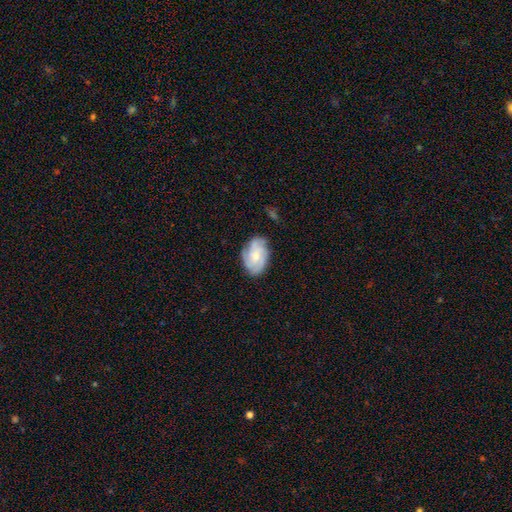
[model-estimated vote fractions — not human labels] smooth-or-featured: featured or disk: 70% | smooth: 24% | star or artifact: 6%
  disk-edge-on: no: 97% | yes: 3%
    bar: no: 68% | weak: 28% | strong: 4%
    has-spiral-arms: yes: 92% | no: 8%
      spiral-winding: tight: 51% | medium: 37% | loose: 12%
      spiral-arm-count: 3: 35% | can't tell: 23% | 4: 22% | 2: 11% | more than 4: 5% | 1: 4%
    bulge-size: moderate: 47% (tied) | small: 47% (tied) | large: 3% | none: 2% | dominant: 1%
  merging: none: 72% | minor disturbance: 21% | major disturbance: 6% | merger: 1%